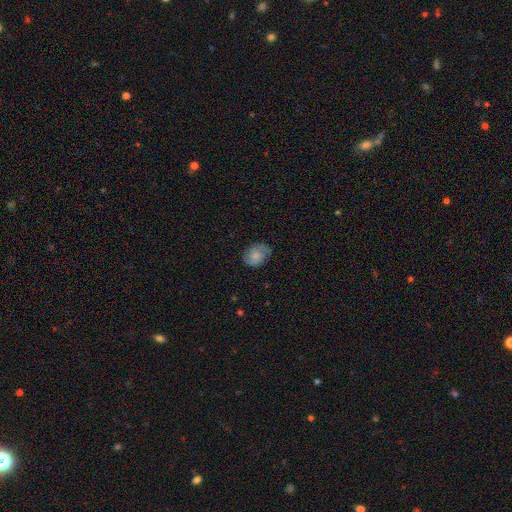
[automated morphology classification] Q: Smooth or featured?
A: featured or disk (46%); runner-up: smooth (45%)
Q: Merging?
A: none (71%); runner-up: minor disturbance (21%)